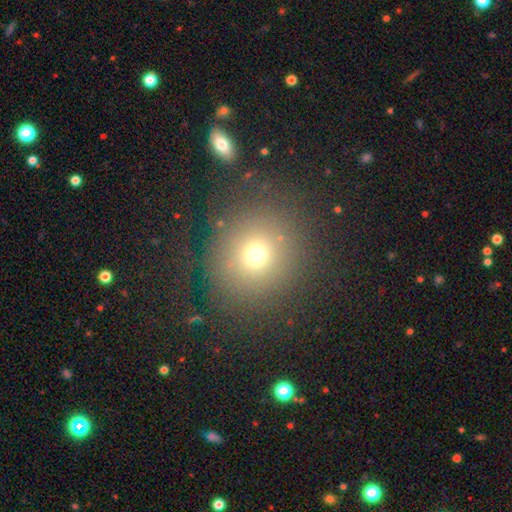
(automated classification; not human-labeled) Morphology: type=smooth (69%); roundness=round (91%); merging=none (82%).